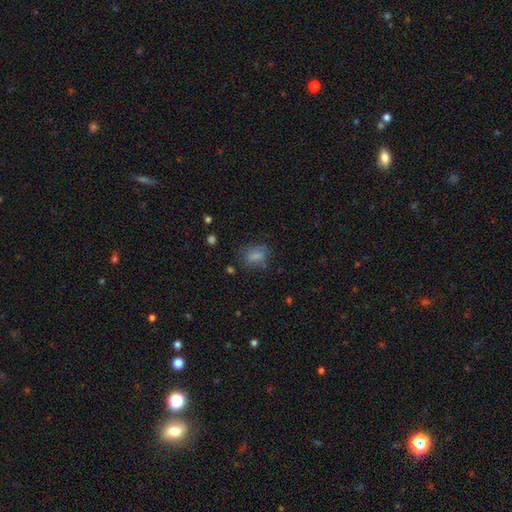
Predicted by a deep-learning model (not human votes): Overall: smooth (76%). How rounded: in between (74%). Merging: none (65%).